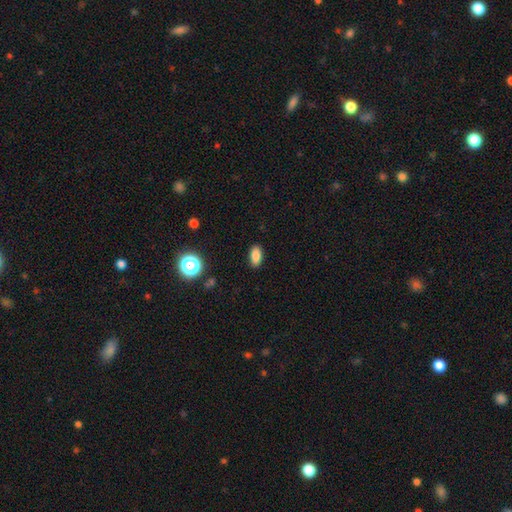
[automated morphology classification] Smooth or featured: smooth — 85% (star or artifact — 10%)
How rounded: in between — 90% (round — 6%)
Merging: none — 88% (minor disturbance — 8%)